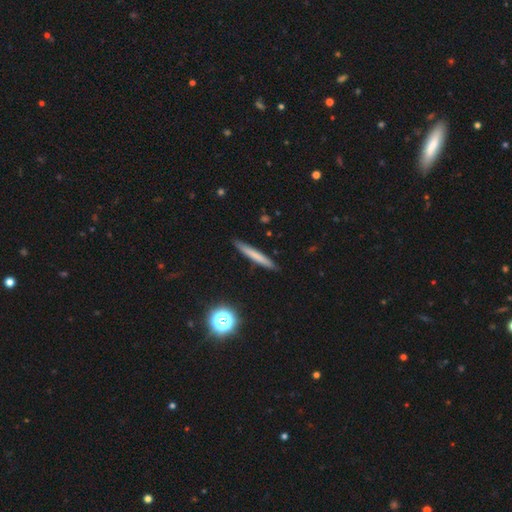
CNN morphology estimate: Q: Smooth or featured?
A: smooth (66%); runner-up: featured or disk (26%)
Q: How rounded?
A: cigar-shaped (96%); runner-up: in between (3%)
Q: Merging?
A: none (90%); runner-up: minor disturbance (7%)